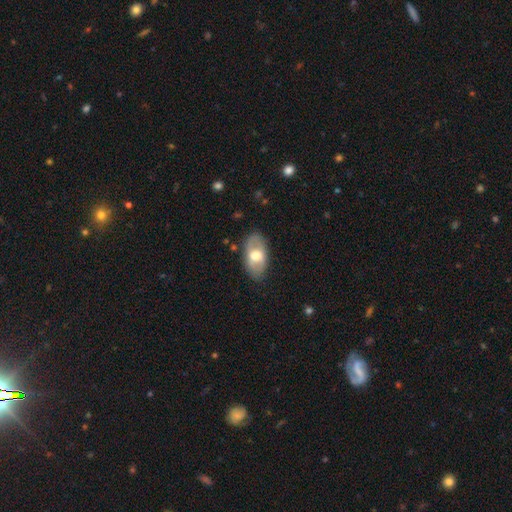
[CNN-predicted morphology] smooth_or_featured: smooth (p=0.52) [alt: featured or disk p=0.42]
how_rounded: in between (p=0.92) [alt: round p=0.06]
merging: none (p=0.79) [alt: minor disturbance p=0.15]